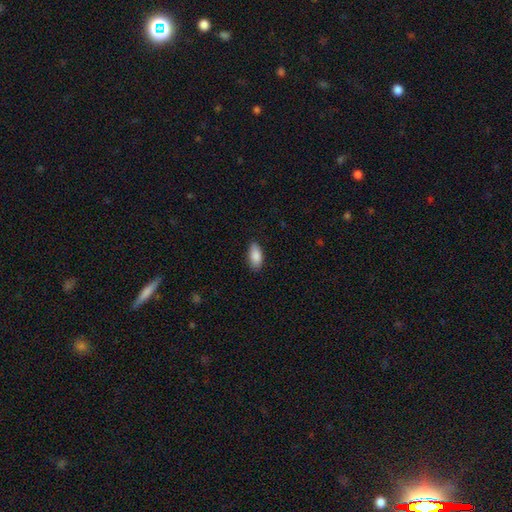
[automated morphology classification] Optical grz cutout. It shows a smooth galaxy with no disk features (88%) that is in between round and cigar-shaped (90%). Merging: none (84%).